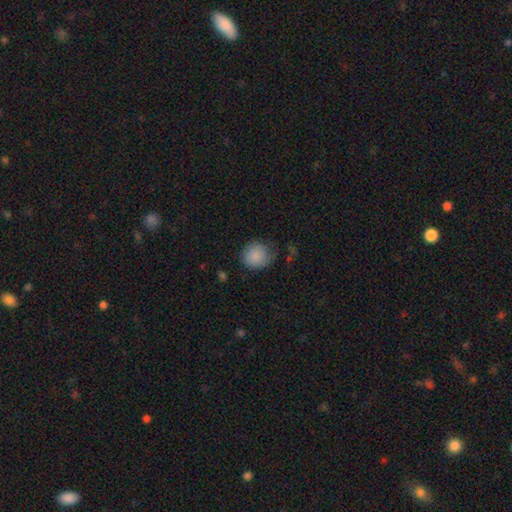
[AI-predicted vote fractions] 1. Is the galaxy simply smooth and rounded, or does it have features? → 86% smooth, 7% star or artifact, 7% featured or disk.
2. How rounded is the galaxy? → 88% round, 12% in between, 1% cigar-shaped.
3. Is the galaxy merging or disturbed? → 68% none, 22% minor disturbance, 7% major disturbance, 2% merger.